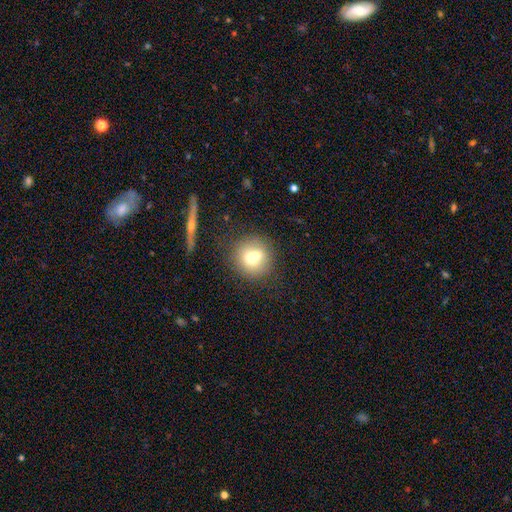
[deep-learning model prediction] A smooth galaxy with no disk features (66%) that is round (91%). Merging: none (51%).